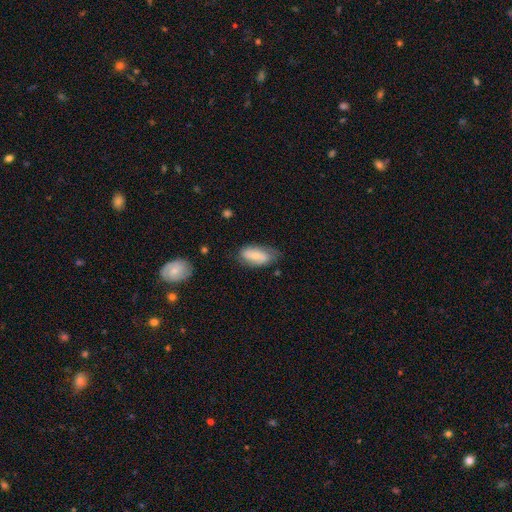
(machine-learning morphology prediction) Smooth or featured? smooth (61%)
How rounded? in between (88%)
Merging? none (64%)